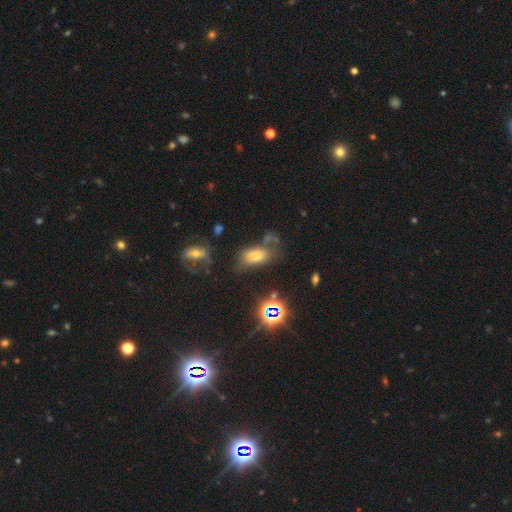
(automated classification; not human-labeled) Q: Smooth or featured?
A: smooth (63%); runner-up: featured or disk (18%)
Q: How rounded?
A: in between (89%); runner-up: round (7%)
Q: Merging?
A: none (45%); runner-up: minor disturbance (23%)